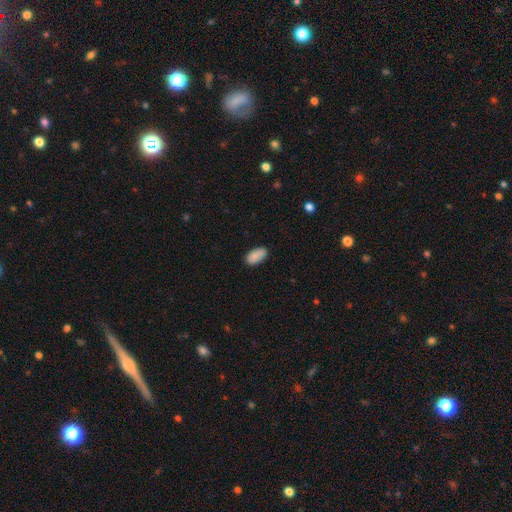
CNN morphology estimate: smooth-or-featured: smooth: 89% | star or artifact: 7% | featured or disk: 4%
  how-rounded: in between: 95% | round: 3% | cigar-shaped: 2%
  merging: none: 87% | minor disturbance: 10% | major disturbance: 2% | merger: 1%